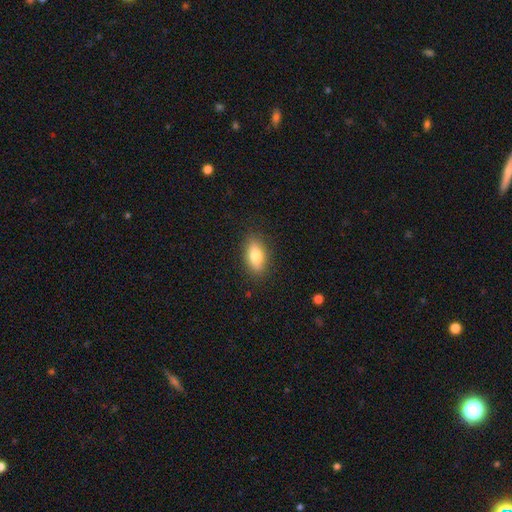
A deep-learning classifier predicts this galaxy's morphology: A smooth galaxy with no disk features (78%) that is in between round and cigar-shaped (84%). Merging: none (86%).